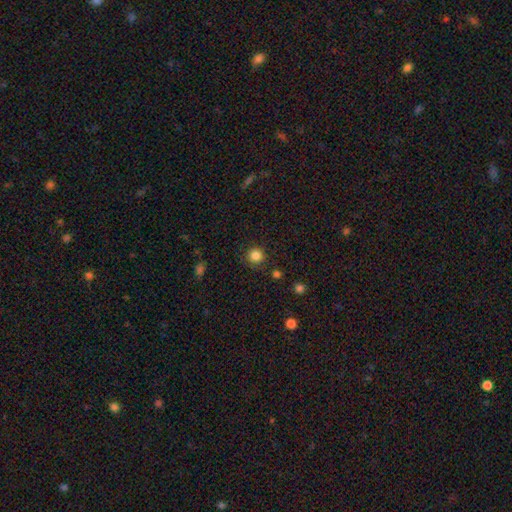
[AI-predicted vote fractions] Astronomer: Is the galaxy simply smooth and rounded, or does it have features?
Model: smooth — 84%.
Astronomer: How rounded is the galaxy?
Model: round — 94%.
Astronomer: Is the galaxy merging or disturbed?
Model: none — 88%.